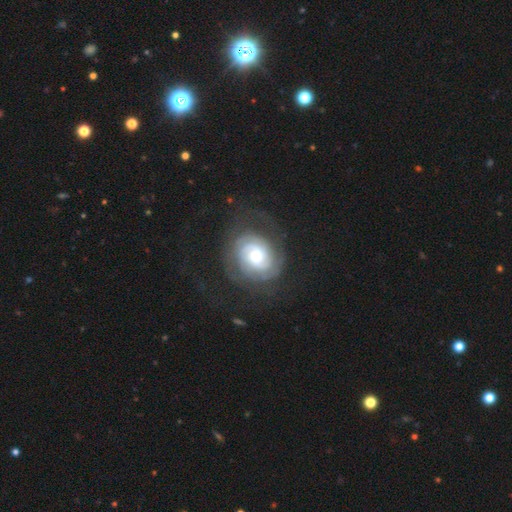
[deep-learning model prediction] Q: Smooth or featured?
A: featured or disk (81%); runner-up: smooth (13%)
Q: Edge-on disk?
A: no (98%); runner-up: yes (2%)
Q: Bar?
A: no (67%); runner-up: weak (26%)
Q: Spiral arms?
A: yes (95%); runner-up: no (5%)
Q: Spiral winding?
A: tight (65%); runner-up: medium (26%)
Q: Spiral arm count?
A: 2 (47%); runner-up: can't tell (25%)
Q: Bulge size?
A: moderate (48%); runner-up: small (41%)
Q: Merging?
A: none (69%); runner-up: minor disturbance (16%)